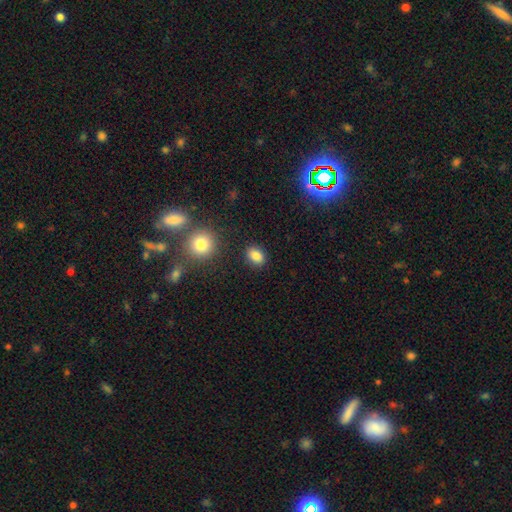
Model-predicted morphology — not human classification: This is clearly a smooth galaxy (84%). How rounded: likely in between (73%). Merging: clearly none (86%).